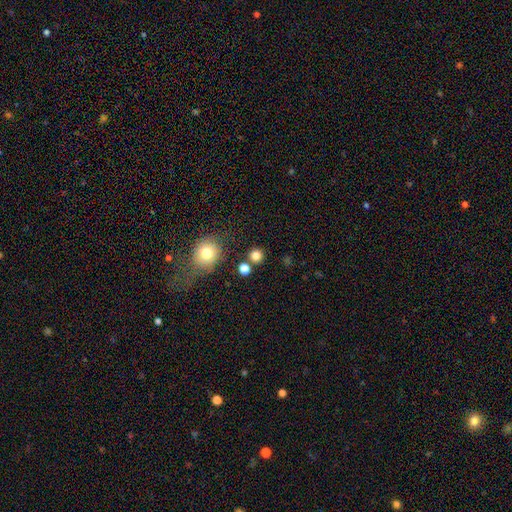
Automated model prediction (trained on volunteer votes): The model was most divided on "smooth or featured": smooth: 81%, star or artifact: 13%, featured or disk: 5%. More confident: how rounded — round (91%); merging — none (81%).